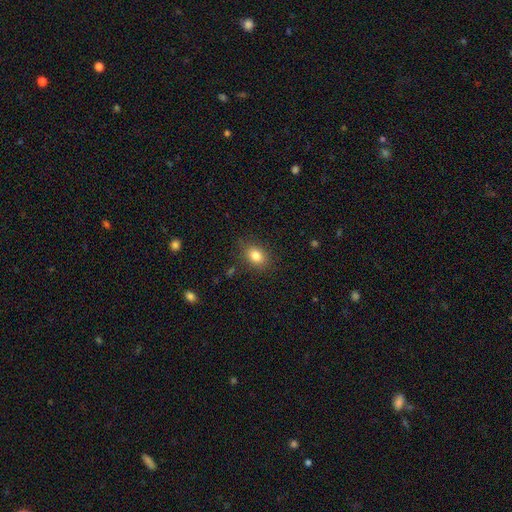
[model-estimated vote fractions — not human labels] Q: Smooth or featured?
A: smooth (83%); runner-up: star or artifact (10%)
Q: How rounded?
A: in between (69%); runner-up: round (29%)
Q: Merging?
A: none (83%); runner-up: minor disturbance (12%)